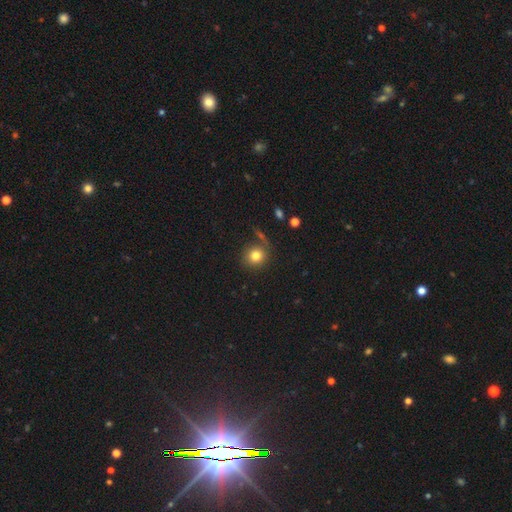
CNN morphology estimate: Smooth or featured: smooth — 81% (star or artifact — 11%)
How rounded: round — 85% (in between — 14%)
Merging: none — 72% (minor disturbance — 12%)